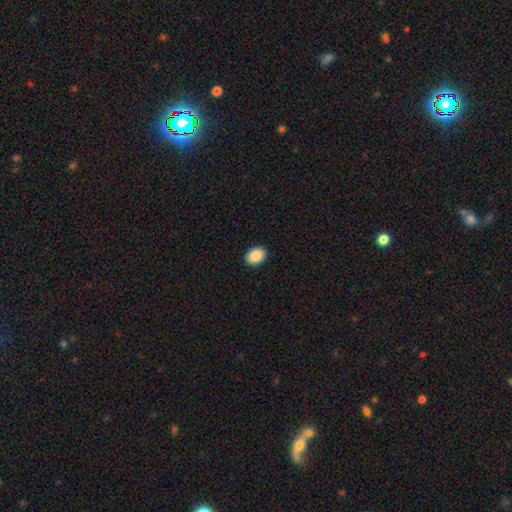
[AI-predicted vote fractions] smooth-or-featured: smooth: 90% | star or artifact: 7% | featured or disk: 3%
  how-rounded: in between: 74% | round: 25% | cigar-shaped: 1%
  merging: none: 91% | minor disturbance: 6% | major disturbance: 2% | merger: 1%